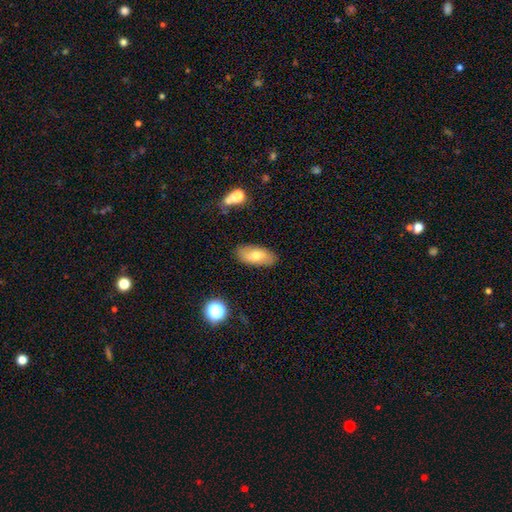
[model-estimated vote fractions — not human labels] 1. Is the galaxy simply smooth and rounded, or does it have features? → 66% smooth, 27% featured or disk, 7% star or artifact.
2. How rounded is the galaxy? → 90% in between, 7% cigar-shaped, 3% round.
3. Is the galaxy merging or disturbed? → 83% none, 12% minor disturbance, 3% major disturbance, 2% merger.